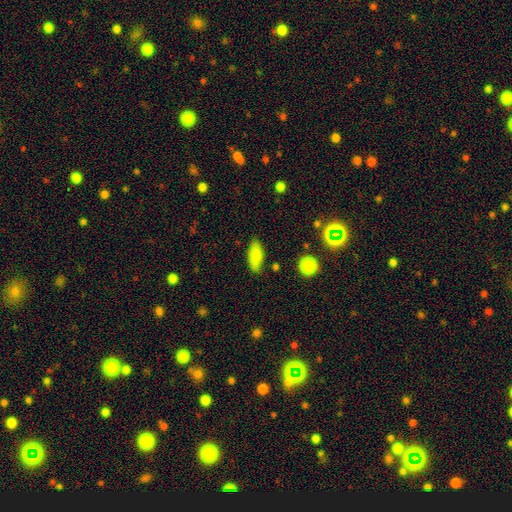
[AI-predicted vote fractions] Overall: smooth (82%). How rounded: in between (79%). Merging: none (83%).